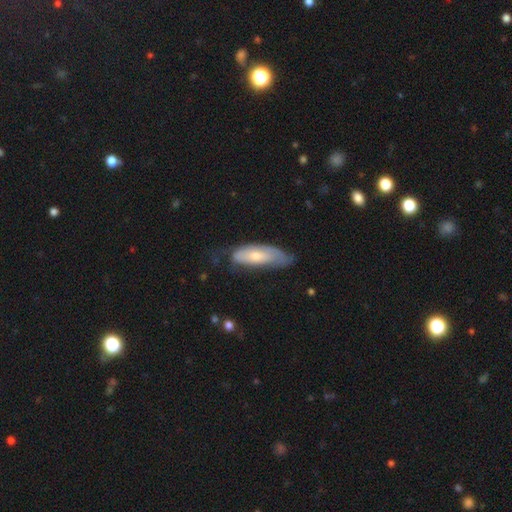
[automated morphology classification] Smooth or featured?
  - smooth: 57% *
  - featured or disk: 37%
  - star or artifact: 6%
How rounded?
  - in between: 61% *
  - cigar-shaped: 37%
  - round: 2%
Merging?
  - none: 43% *
  - minor disturbance: 35%
  - major disturbance: 20%
  - merger: 2%